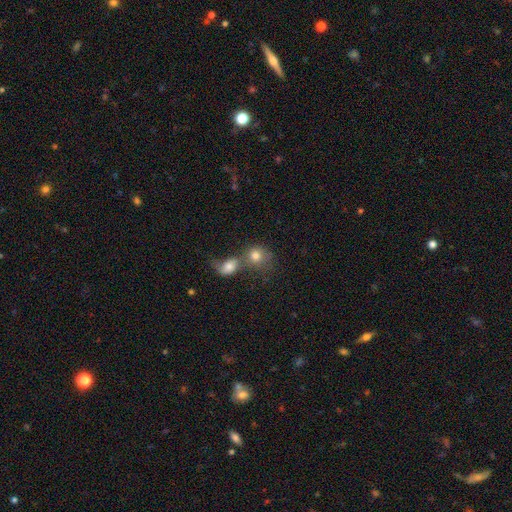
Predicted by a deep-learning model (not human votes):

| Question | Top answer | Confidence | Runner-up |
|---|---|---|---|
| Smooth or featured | smooth | 77% | featured or disk (13%) |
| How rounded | round | 72% | in between (27%) |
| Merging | merger | 58% | none (26%) |